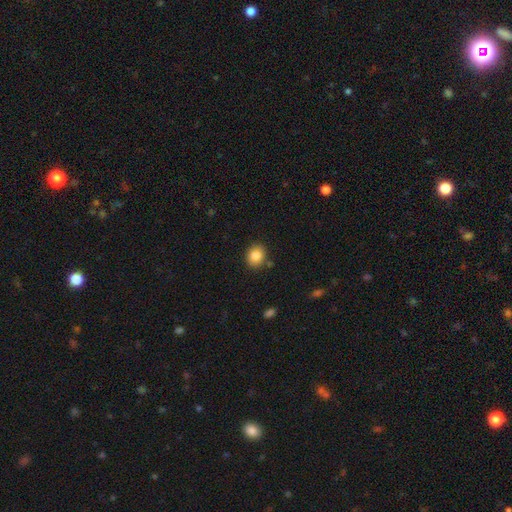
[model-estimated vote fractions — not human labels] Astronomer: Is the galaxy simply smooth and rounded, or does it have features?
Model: smooth — 84%.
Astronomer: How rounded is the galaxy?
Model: round — 66%.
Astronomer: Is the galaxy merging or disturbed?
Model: none — 84%.